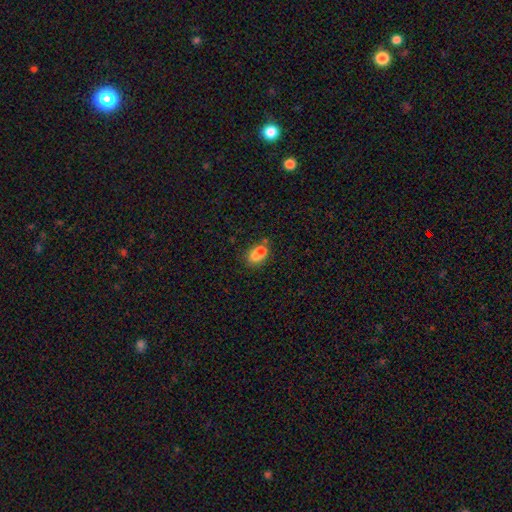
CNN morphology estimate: smooth-or-featured: smooth: 67% | featured or disk: 22% | star or artifact: 11%
  how-rounded: in between: 50% | round: 49% | cigar-shaped: 1%
  merging: merger: 62% | none: 26% | minor disturbance: 8% | major disturbance: 4%